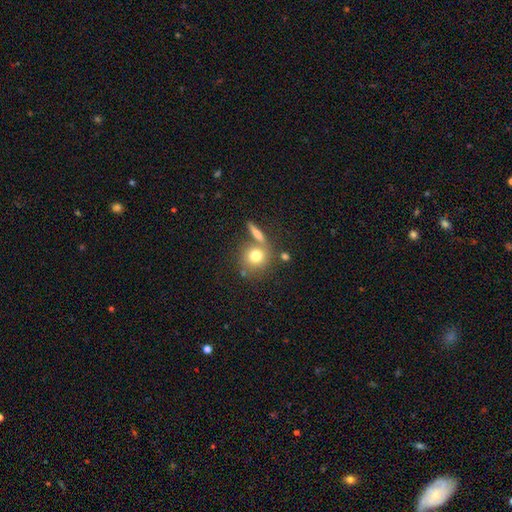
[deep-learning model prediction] Morphology: type=smooth (75%); roundness=round (86%); merging=none (62%).